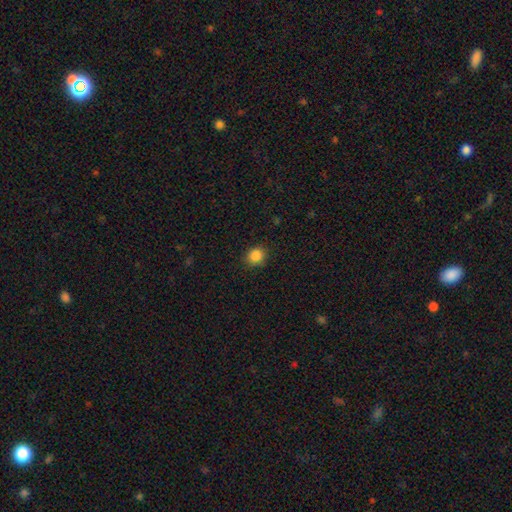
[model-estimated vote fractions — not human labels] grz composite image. It shows a smooth galaxy with no disk features (86%) that is round (79%). Merging: none (88%).